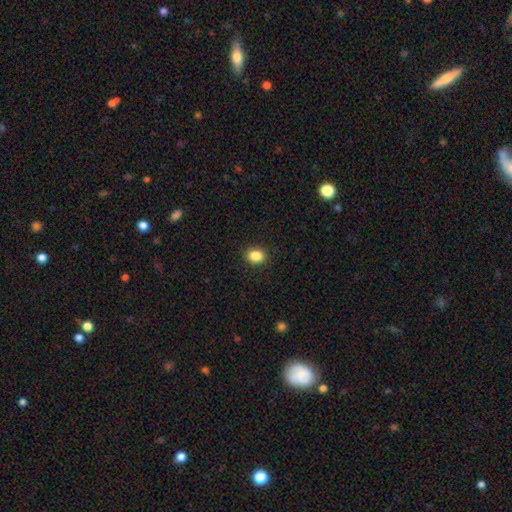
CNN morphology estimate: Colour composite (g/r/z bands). It shows a smooth galaxy with no disk features (86%) that is in between round and cigar-shaped (55%). Merging: none (90%).